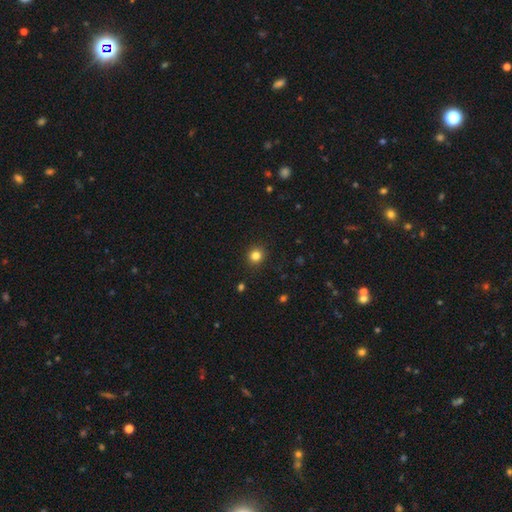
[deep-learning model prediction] smooth_or_featured: smooth (p=0.82) [alt: star or artifact p=0.13]
how_rounded: round (p=0.91) [alt: in between p=0.08]
merging: none (p=0.92) [alt: minor disturbance p=0.05]